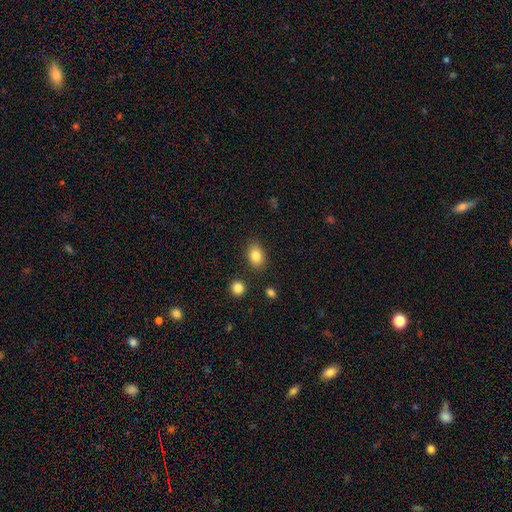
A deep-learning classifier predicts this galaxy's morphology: Smooth or featured: smooth — 85% (star or artifact — 9%)
How rounded: in between — 80% (round — 19%)
Merging: none — 83% (minor disturbance — 11%)